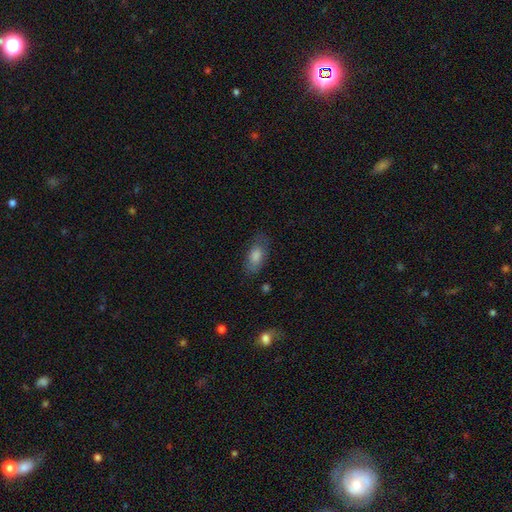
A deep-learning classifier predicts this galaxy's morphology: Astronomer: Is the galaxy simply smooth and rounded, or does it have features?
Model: smooth — 70%.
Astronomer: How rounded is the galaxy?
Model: in between — 86%.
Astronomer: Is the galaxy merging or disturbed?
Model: none — 76%.